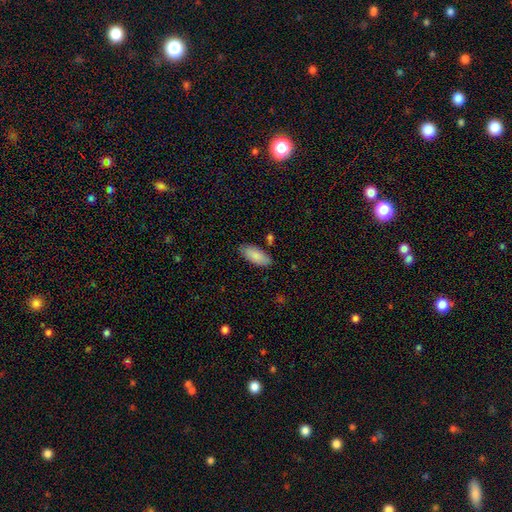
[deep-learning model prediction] This is clearly a smooth galaxy (86%). How rounded: clearly in between (88%). Merging: likely none (80%).